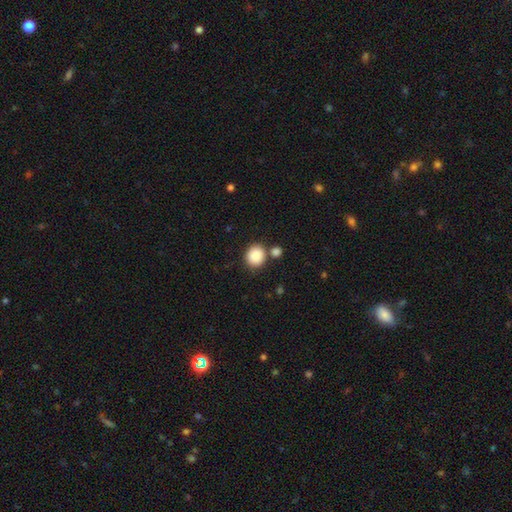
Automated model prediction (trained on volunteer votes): Smooth or featured?
  - smooth: 88% *
  - star or artifact: 8%
  - featured or disk: 3%
How rounded?
  - round: 83% *
  - in between: 16%
  - cigar-shaped: 1%
Merging?
  - none: 72% *
  - merger: 15%
  - minor disturbance: 10%
  - major disturbance: 3%